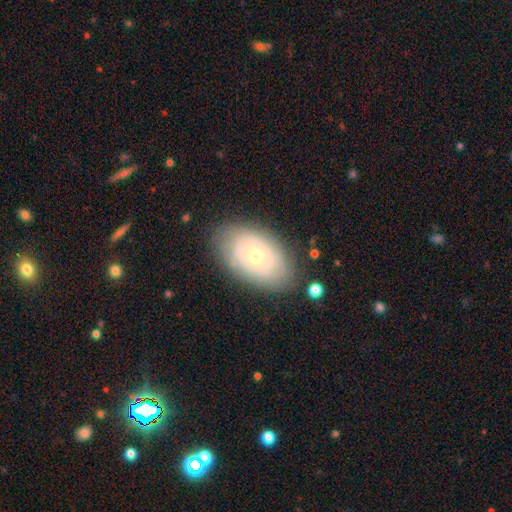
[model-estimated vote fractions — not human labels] Smooth or featured: featured or disk — 60% (smooth — 33%)
Edge-on disk: no — 93% (yes — 7%)
Bar: no — 89% (weak — 9%)
Spiral arms: no — 57% (yes — 43%)
Bulge size: small — 56% (moderate — 40%)
Merging: none — 78% (minor disturbance — 15%)